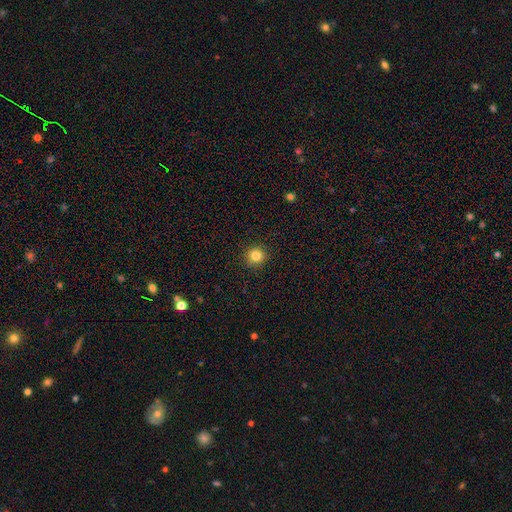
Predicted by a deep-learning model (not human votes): Smooth or featured: smooth — 84% (star or artifact — 12%)
How rounded: round — 93% (in between — 6%)
Merging: none — 91% (minor disturbance — 6%)